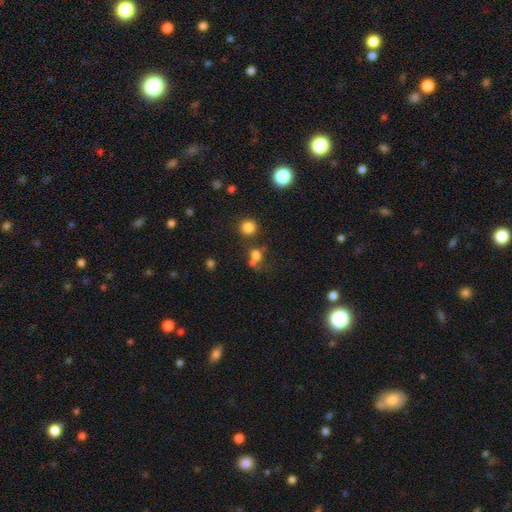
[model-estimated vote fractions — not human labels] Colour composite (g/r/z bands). It shows a smooth galaxy with no disk features (69%) that is round (72%). Merging: none (49%).